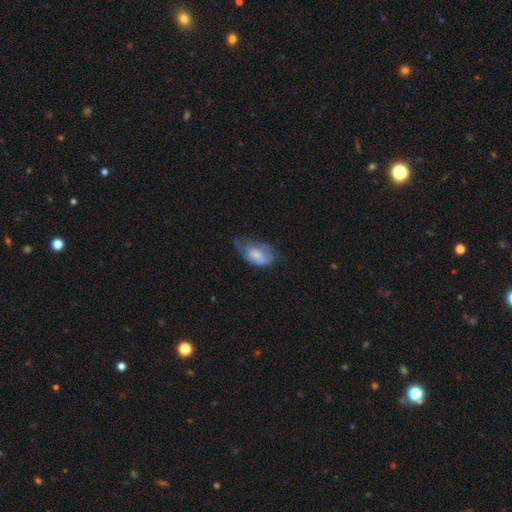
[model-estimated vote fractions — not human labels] Smooth or featured? smooth (47%)
Merging? none (38%)